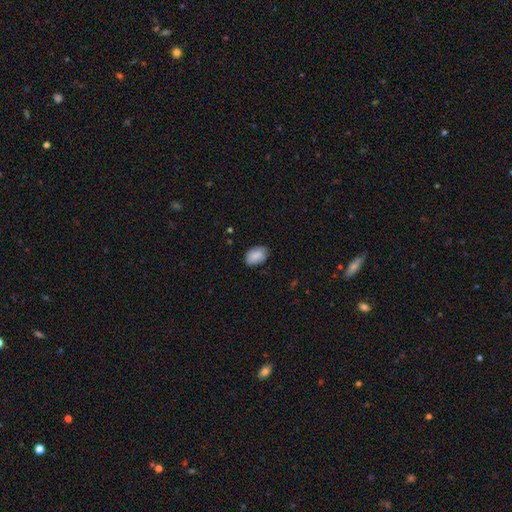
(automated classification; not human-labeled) Q: Smooth or featured?
A: smooth (86%); runner-up: featured or disk (7%)
Q: How rounded?
A: in between (86%); runner-up: round (12%)
Q: Merging?
A: none (74%); runner-up: minor disturbance (22%)